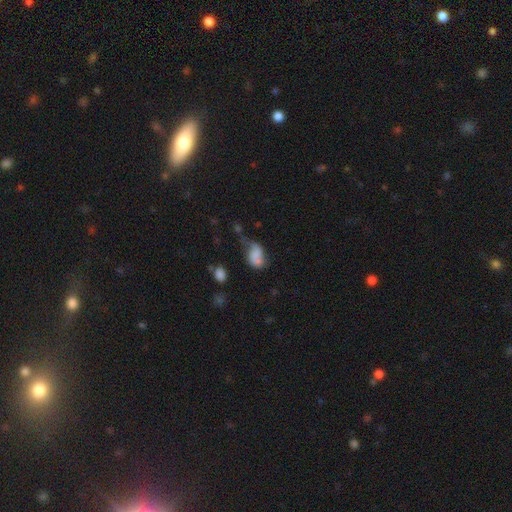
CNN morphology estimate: The model was most divided on "merging": minor disturbance: 31%, none: 29%, major disturbance: 27%, merger: 12%. More confident: how rounded — in between (83%); smooth or featured — smooth (66%).